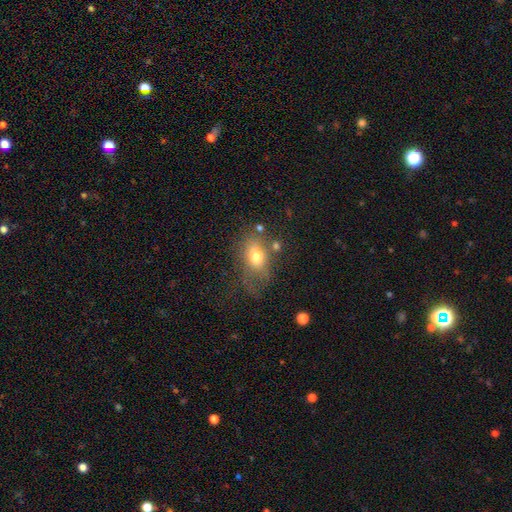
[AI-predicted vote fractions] smooth 69%, featured or disk 19%, star or artifact 12%. Down the decision tree: how rounded — in between (76%); merging — none (42%).